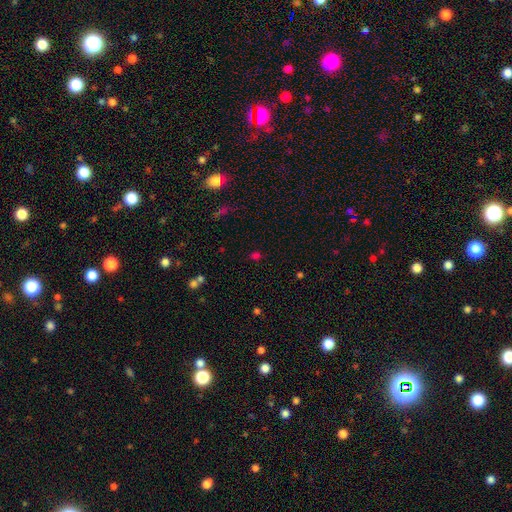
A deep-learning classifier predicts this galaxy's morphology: The model was most divided on "smooth or featured": smooth: 52%, star or artifact: 41%, featured or disk: 7%. More confident: merging — none (73%); how rounded — round (60%).